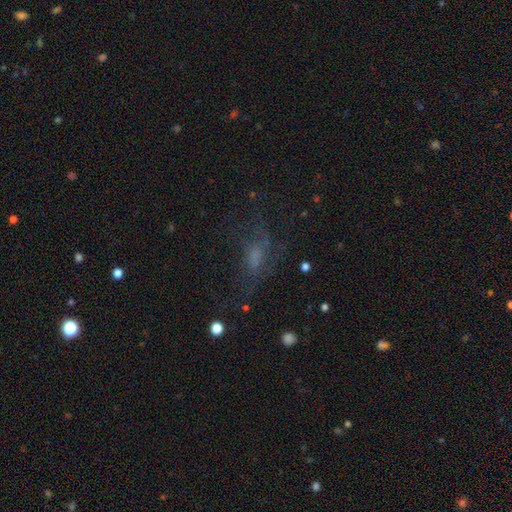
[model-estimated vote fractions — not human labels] Smooth or featured? Predicted: featured or disk (p=0.42). Merging? Predicted: none (p=0.50).